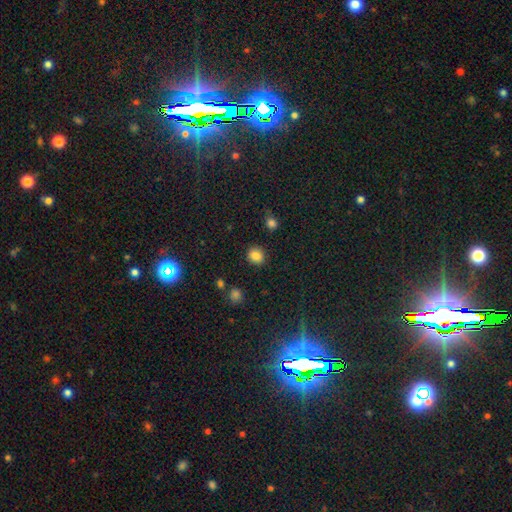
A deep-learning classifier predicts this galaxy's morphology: This is clearly a smooth galaxy (84%). How rounded: likely round (79%). Merging: clearly none (88%).